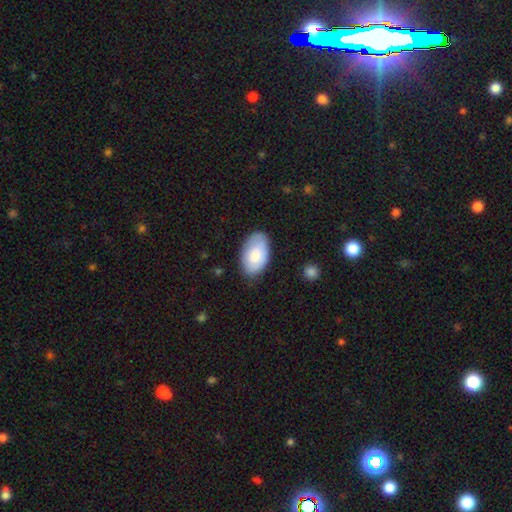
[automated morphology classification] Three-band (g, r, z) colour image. It shows a smooth galaxy with no disk features (80%) that is in between round and cigar-shaped (95%). Merging: none (78%).